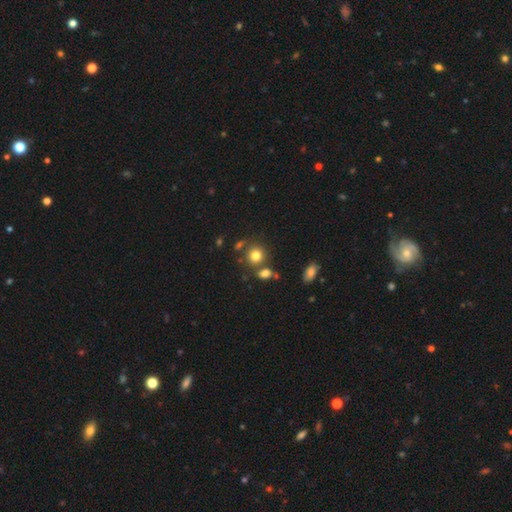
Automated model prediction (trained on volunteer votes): smooth 80%, star or artifact 12%, featured or disk 8%. Down the decision tree: how rounded — round (81%); merging — none (69%).